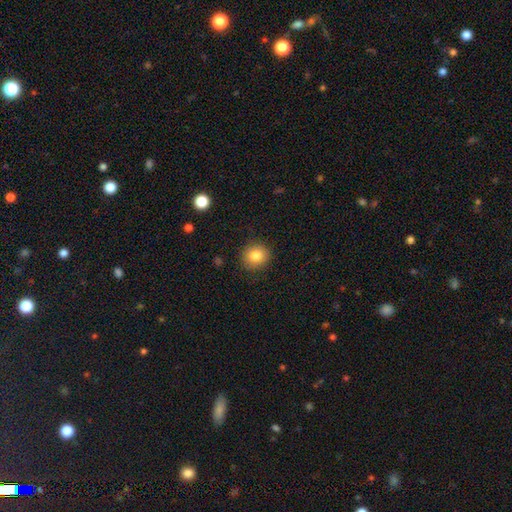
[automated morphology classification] Q: Smooth or featured?
A: smooth (83%); runner-up: star or artifact (10%)
Q: How rounded?
A: round (87%); runner-up: in between (12%)
Q: Merging?
A: none (90%); runner-up: minor disturbance (7%)